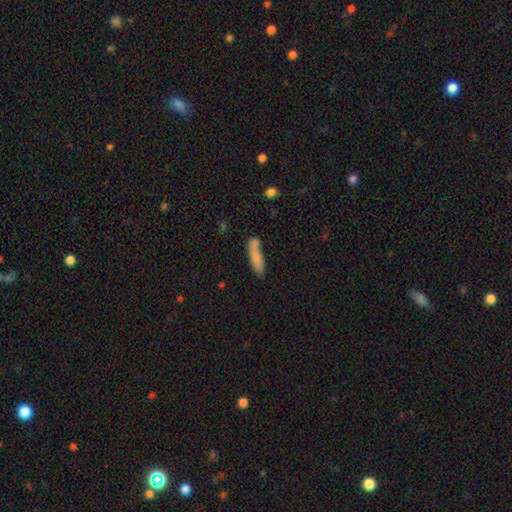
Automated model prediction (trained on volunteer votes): Overall: smooth (79%). How rounded: cigar-shaped (70%). Merging: none (57%; merger 20%).